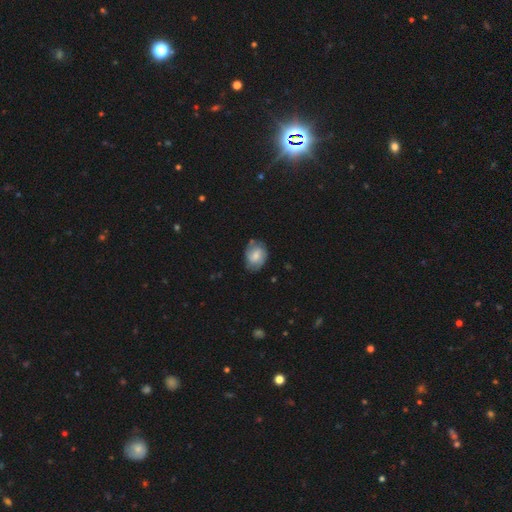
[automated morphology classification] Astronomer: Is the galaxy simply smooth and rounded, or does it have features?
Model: featured or disk — 49% (runner-up: smooth, 43%).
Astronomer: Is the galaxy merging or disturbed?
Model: none — 70%.